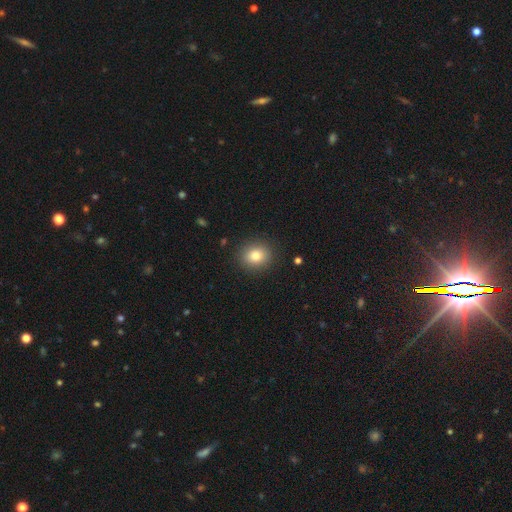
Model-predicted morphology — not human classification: smooth 81%, star or artifact 11%, featured or disk 8%. Down the decision tree: how rounded — round (75%); merging — none (90%).